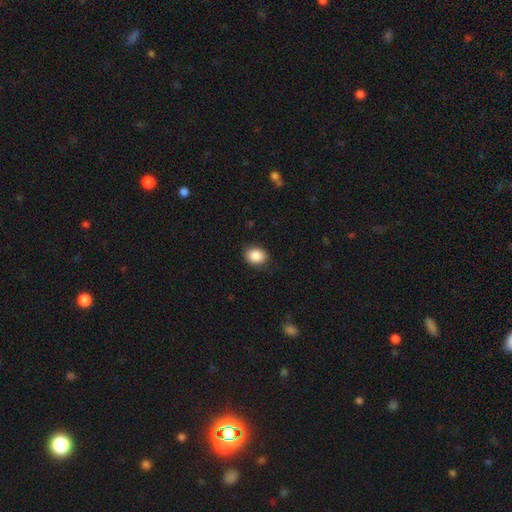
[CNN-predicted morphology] A smooth galaxy with no disk features (88%) that is in between round and cigar-shaped (53%). Merging: none (87%).